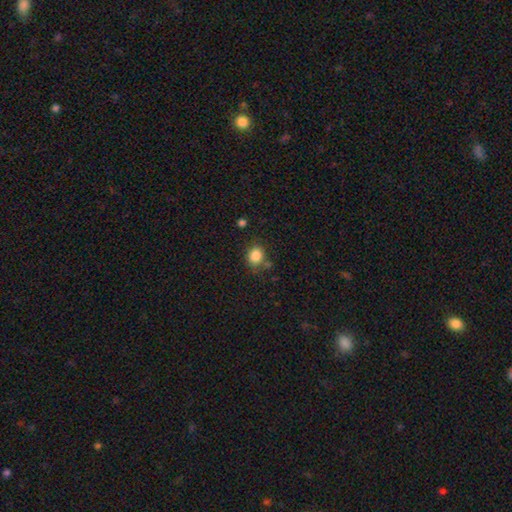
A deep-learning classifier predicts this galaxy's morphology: smooth 85%, star or artifact 10%, featured or disk 5%. Down the decision tree: how rounded — round (64%); merging — none (74%).